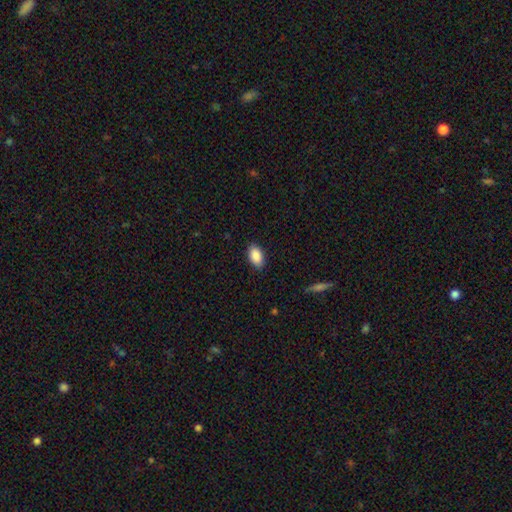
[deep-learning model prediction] Smooth or featured? smooth (89%)
How rounded? in between (93%)
Merging? none (88%)